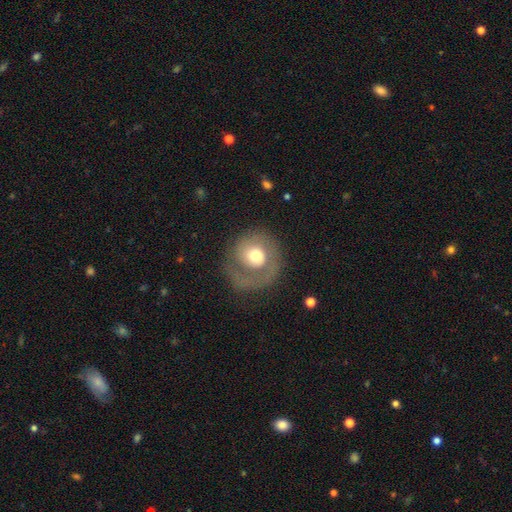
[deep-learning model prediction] The model was most divided on "smooth or featured": featured or disk: 59%, smooth: 35%, star or artifact: 7%. More confident: edge-on disk — no (97%); bar — no (78%); spiral arms — yes (73%); bulge size — moderate (63%); merging — none (53%).